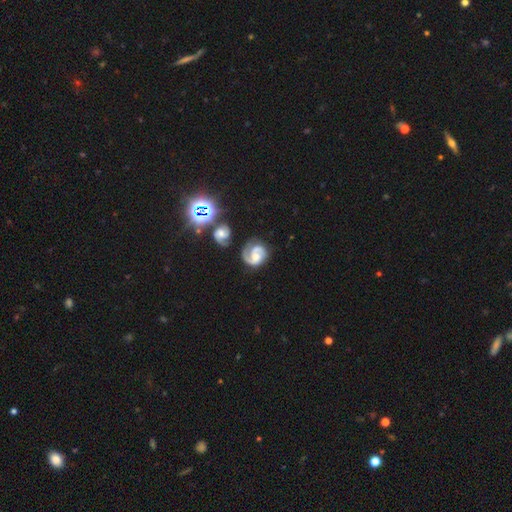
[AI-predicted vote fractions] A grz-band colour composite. It shows a featured or disk galaxy (82%) with no bar (57%), 2 (71%) medium (47%) spiral arms (96%) and a moderate central bulge (49%). Merging: none (62%).